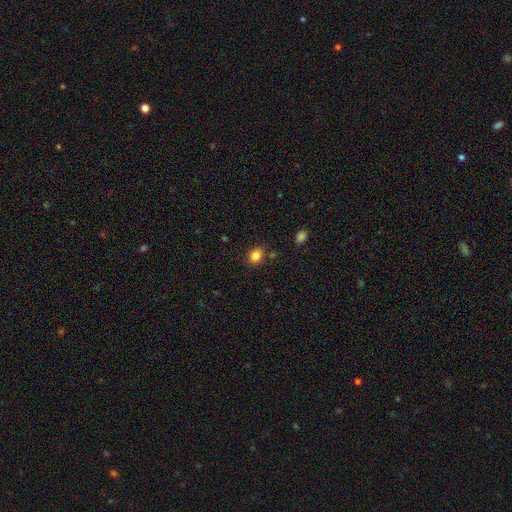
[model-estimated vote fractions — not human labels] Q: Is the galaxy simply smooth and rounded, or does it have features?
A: smooth — 84%.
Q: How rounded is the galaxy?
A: round — 53%.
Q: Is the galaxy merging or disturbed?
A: none — 82%.